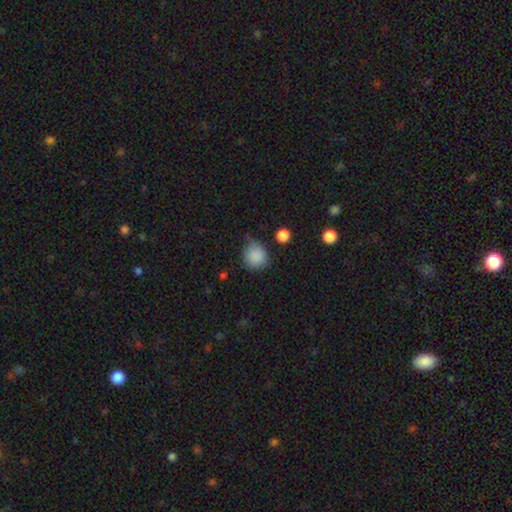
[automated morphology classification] type=smooth (86%); roundness=round (84%); merging=none (63%).